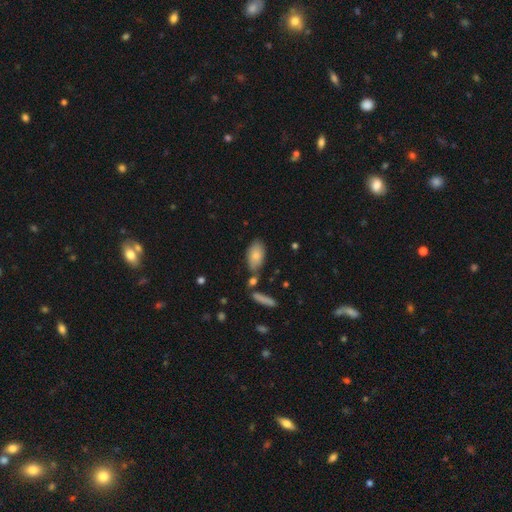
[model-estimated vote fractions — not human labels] The model was most divided on "merging": none: 64%, minor disturbance: 18%, merger: 13%, major disturbance: 5%. More confident: how rounded — in between (91%); smooth or featured — smooth (80%).